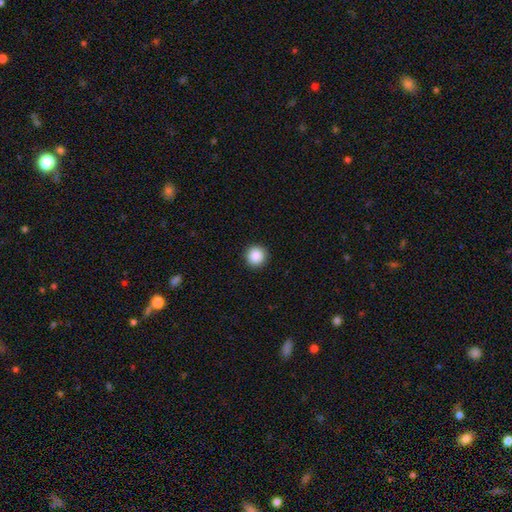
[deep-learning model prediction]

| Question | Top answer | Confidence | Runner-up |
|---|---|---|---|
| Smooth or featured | smooth | 89% | star or artifact (9%) |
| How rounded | round | 96% | in between (4%) |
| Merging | none | 93% | minor disturbance (5%) |